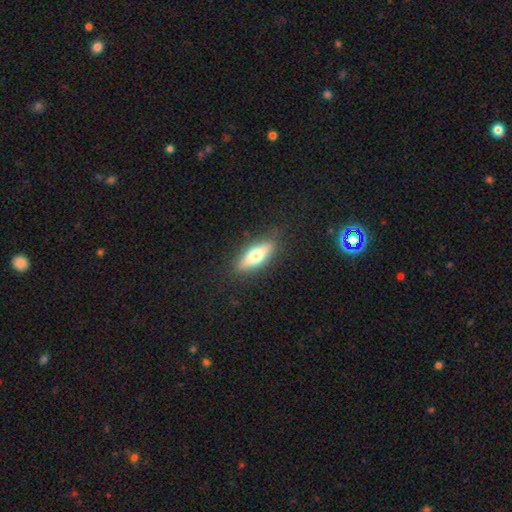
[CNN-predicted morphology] type=smooth (56%); roundness=in between (58%); merging=none (86%).